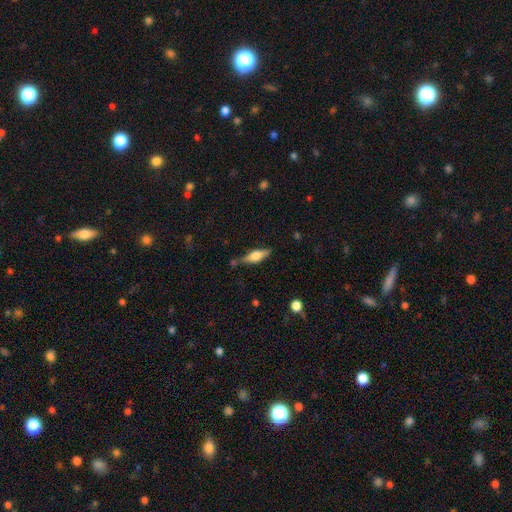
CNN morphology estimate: Smooth or featured: featured or disk — 54% (smooth — 39%)
Edge-on disk: yes — 93% (no — 7%)
Edge-on bulge: rounded — 88% (boxy — 10%)
Merging: none — 74% (minor disturbance — 17%)